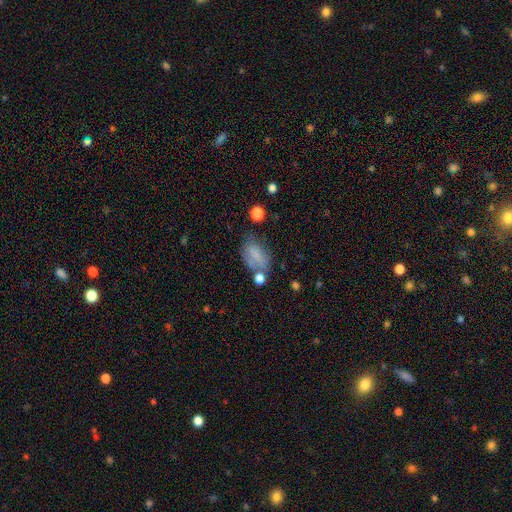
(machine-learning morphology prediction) The model was most divided on "merging": none: 45%, minor disturbance: 27%, major disturbance: 15%, merger: 13%. More confident: how rounded — in between (87%); smooth or featured — smooth (71%).